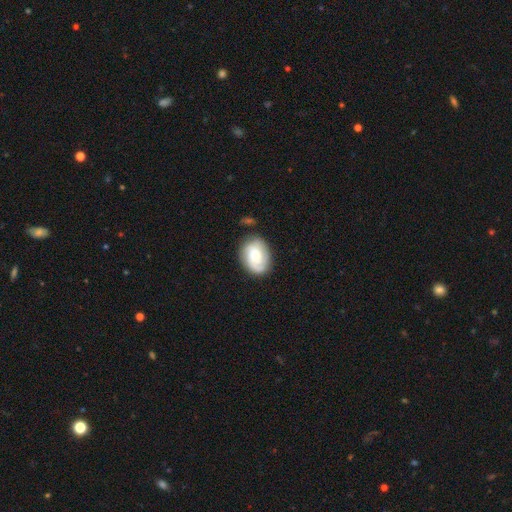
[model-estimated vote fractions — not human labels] A featured or disk galaxy (52%) with no bar (70%), spiral arms (84%) and a moderate central bulge (55%). Merging: none (72%).